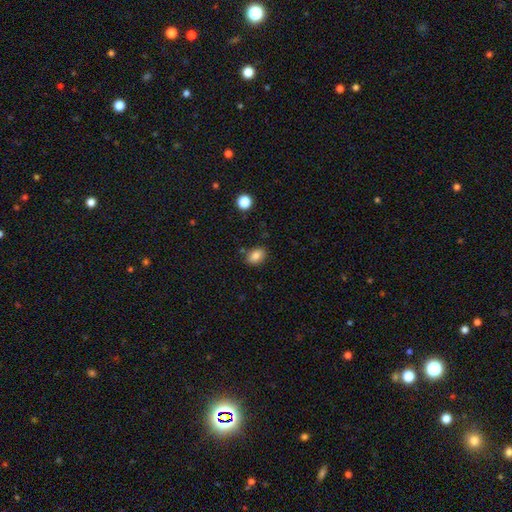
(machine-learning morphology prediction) Smooth or featured? smooth (83%)
How rounded? in between (71%)
Merging? none (80%)